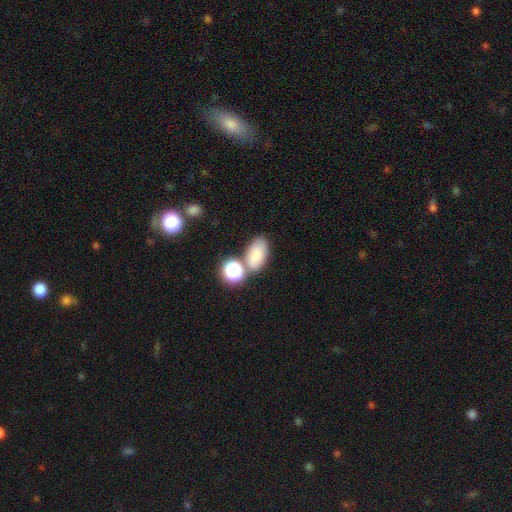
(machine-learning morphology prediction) Smooth or featured? Predicted: smooth (p=0.76). How rounded? Predicted: in between (p=0.84). Merging? Predicted: none (p=0.60).